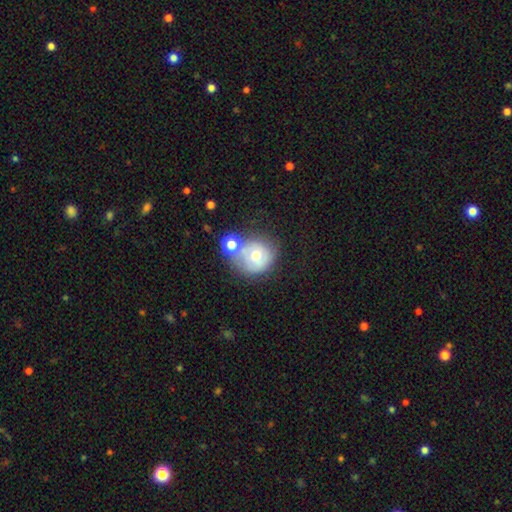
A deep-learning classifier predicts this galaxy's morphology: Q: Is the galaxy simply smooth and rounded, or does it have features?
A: smooth — 57%.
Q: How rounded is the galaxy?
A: round — 84%.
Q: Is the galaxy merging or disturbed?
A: none — 43%.